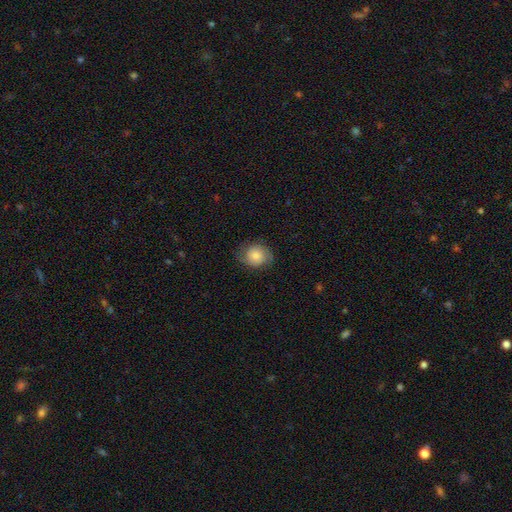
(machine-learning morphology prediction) This is likely a smooth galaxy (61%). How rounded: likely round (73%). Merging: likely none (73%).